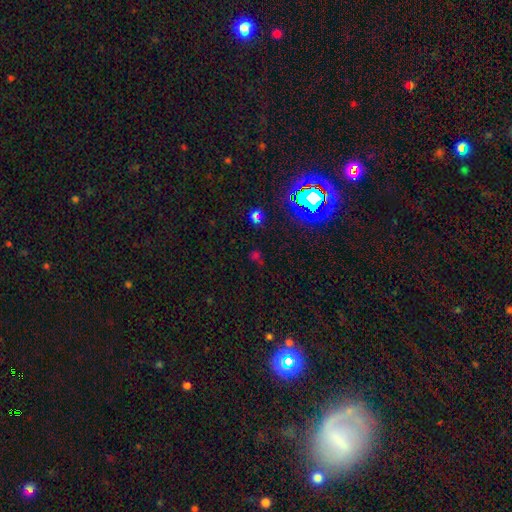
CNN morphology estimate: smooth_or_featured: star or artifact (p=0.57) [alt: smooth p=0.35]